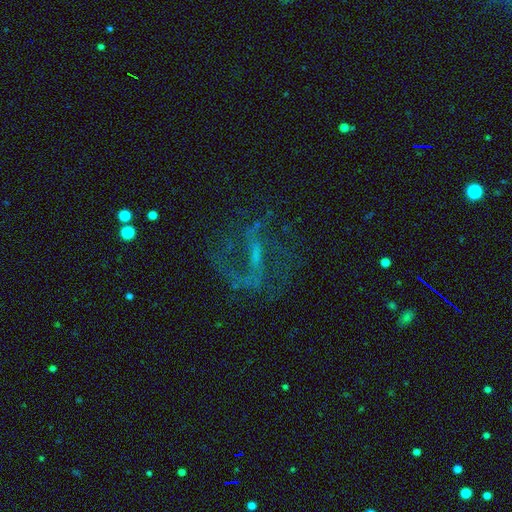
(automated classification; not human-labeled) This appears to be a featured or disk galaxy (74%) with a weak bar (41%), 2 (70%) loose (51%) spiral arms (82%) and no central bulge (43%). Merging: none (58%).